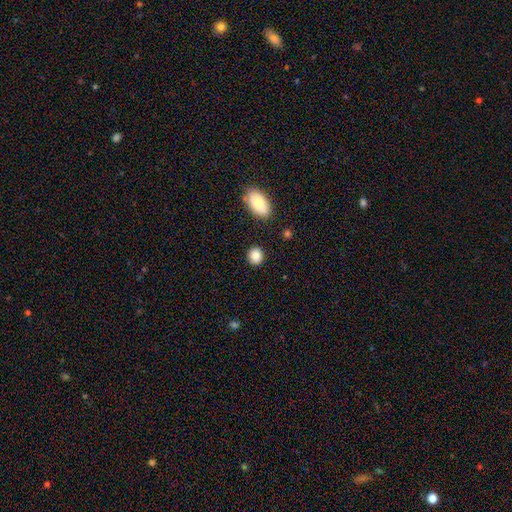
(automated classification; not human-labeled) smooth-or-featured: smooth: 86% | star or artifact: 9% | featured or disk: 5%
  how-rounded: round: 67% | in between: 32% | cigar-shaped: 1%
  merging: none: 88% | minor disturbance: 7% | merger: 2% | major disturbance: 2%